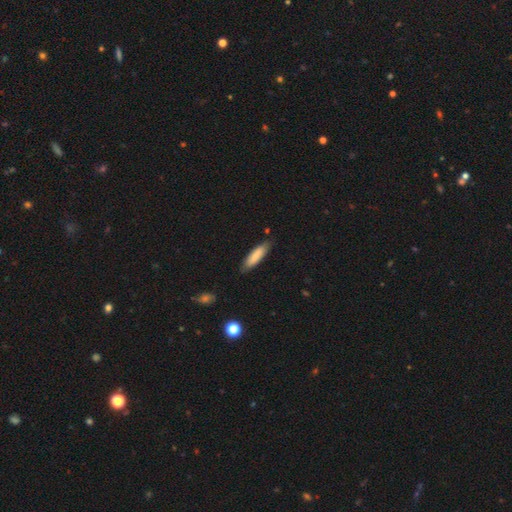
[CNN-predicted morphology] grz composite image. It shows a smooth galaxy with no disk features (84%) that is cigar-shaped (67%). Merging: none (82%).